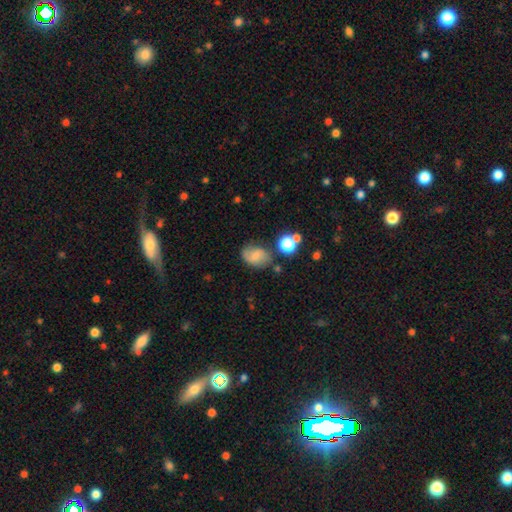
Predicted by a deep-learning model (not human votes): Overall: smooth (60%; featured or disk 29%). How rounded: in between (68%; round 31%). Merging: none (67%).